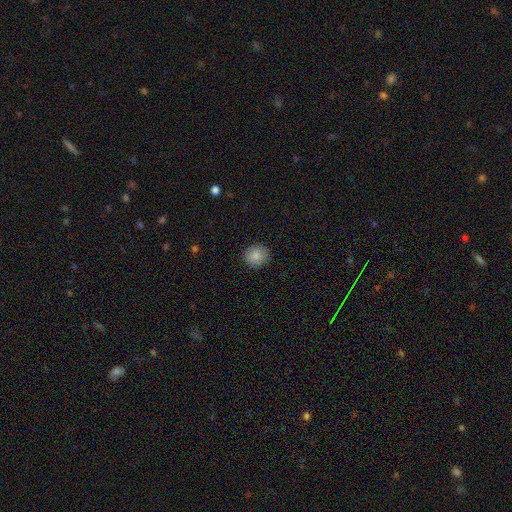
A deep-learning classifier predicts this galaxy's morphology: smooth-or-featured: smooth: 87% | star or artifact: 9% | featured or disk: 4%
  how-rounded: round: 84% | in between: 15% | cigar-shaped: 1%
  merging: none: 90% | minor disturbance: 7% | major disturbance: 2% | merger: 1%